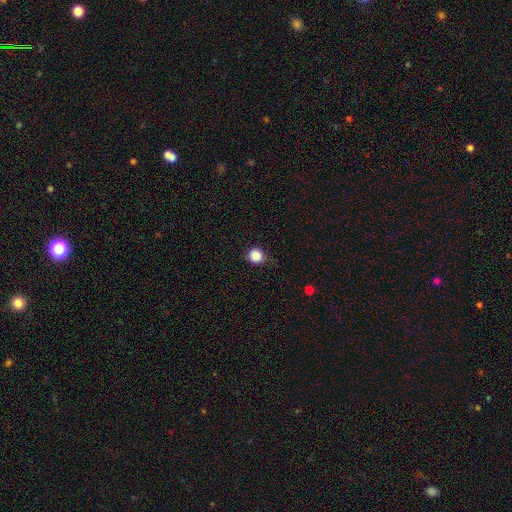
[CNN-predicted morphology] smooth-or-featured: smooth: 87% | star or artifact: 10% | featured or disk: 3%
  how-rounded: round: 93% | in between: 6% | cigar-shaped: 1%
  merging: none: 81% | minor disturbance: 14% | major disturbance: 4% | merger: 1%